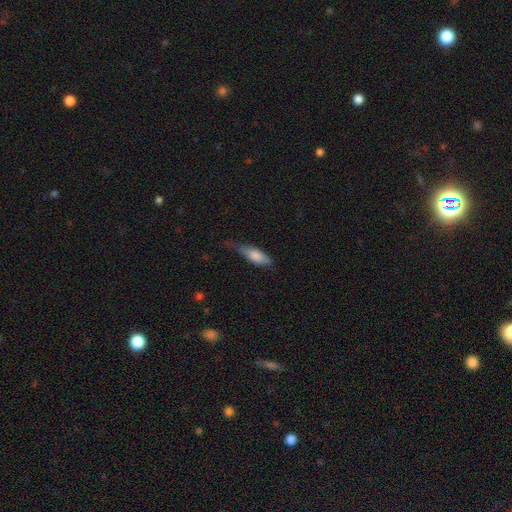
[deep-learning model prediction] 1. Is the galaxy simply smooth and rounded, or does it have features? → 79% smooth, 15% featured or disk, 6% star or artifact.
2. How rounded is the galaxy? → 68% in between, 30% cigar-shaped, 2% round.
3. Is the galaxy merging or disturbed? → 42% minor disturbance, 41% none, 16% major disturbance, 2% merger.